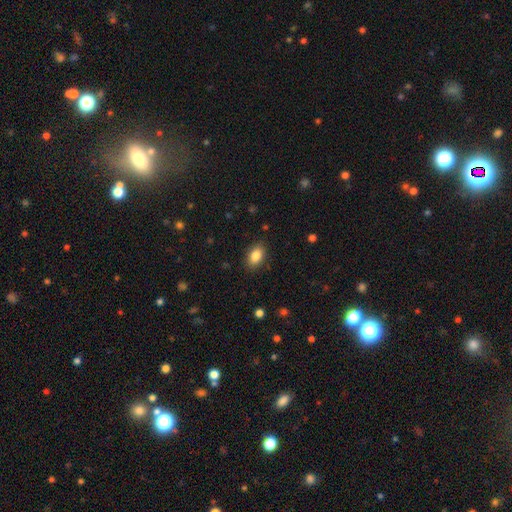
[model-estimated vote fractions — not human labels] Smooth or featured: smooth — 85% (star or artifact — 8%)
How rounded: in between — 87% (round — 12%)
Merging: none — 87% (minor disturbance — 9%)